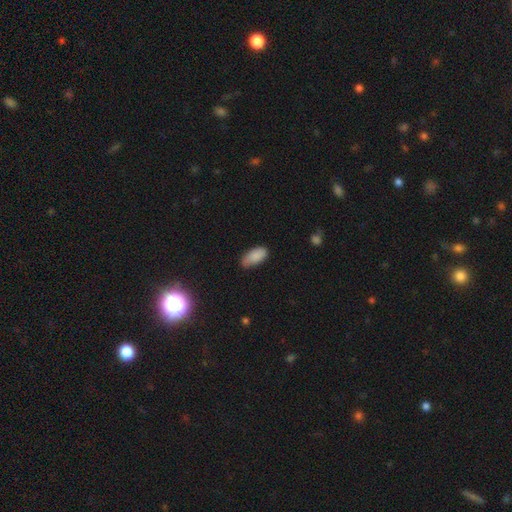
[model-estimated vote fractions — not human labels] Morphology: type=smooth (87%); roundness=in between (90%); merging=none (69%).